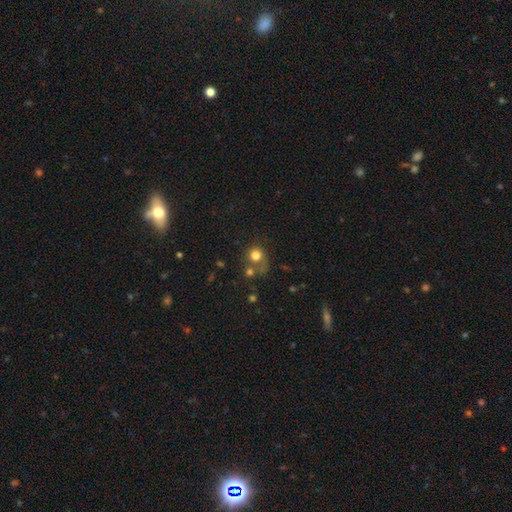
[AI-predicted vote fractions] The model was most divided on "merging": none: 47%, merger: 27%, minor disturbance: 14%, major disturbance: 12%. More confident: how rounded — round (85%); smooth or featured — smooth (77%).